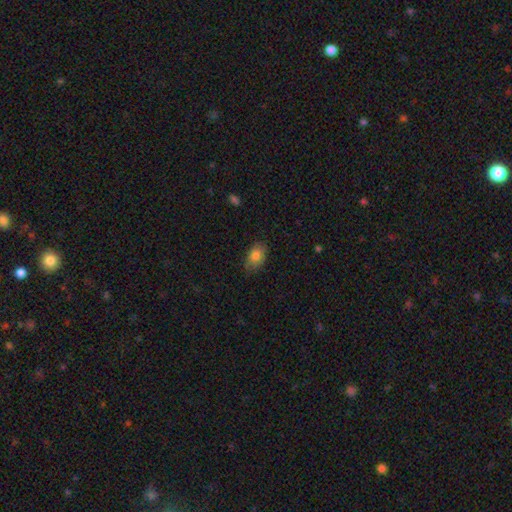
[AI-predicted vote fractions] A smooth galaxy with no disk features (81%) that is in between round and cigar-shaped (84%).

Vote fractions:
- Smooth or featured? smooth: 81% / featured or disk: 11% / star or artifact: 8%
- How rounded? in between: 84% / round: 15% / cigar-shaped: 1%
- Merging? none: 76% / minor disturbance: 20% / major disturbance: 3% / merger: 1%